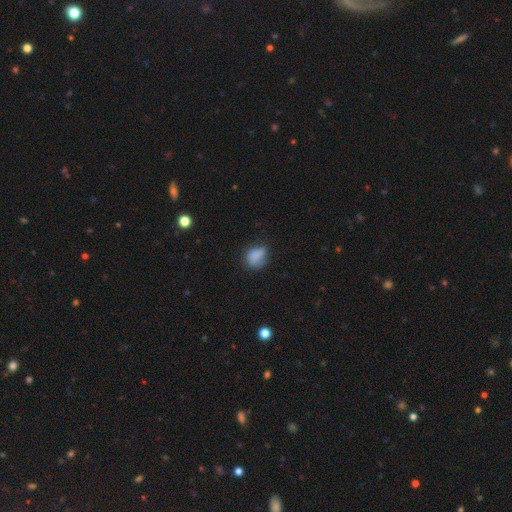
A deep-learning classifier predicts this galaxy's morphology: Smooth or featured: smooth — 78% (featured or disk — 11%)
How rounded: in between — 58% (round — 41%)
Merging: none — 49% (minor disturbance — 32%)